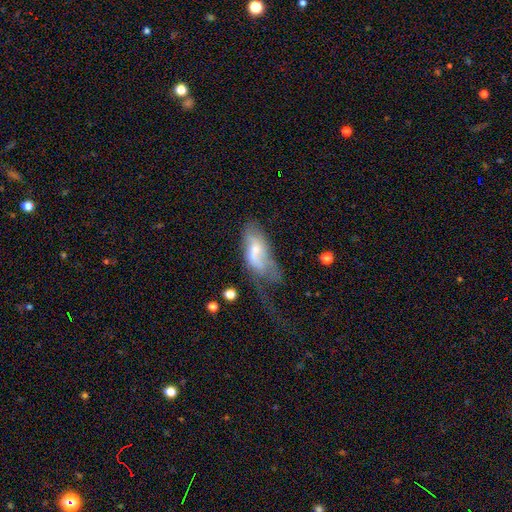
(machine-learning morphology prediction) smooth_or_featured: smooth (p=0.46) [alt: featured or disk p=0.45]
merging: major disturbance (p=0.53) [alt: minor disturbance p=0.21]